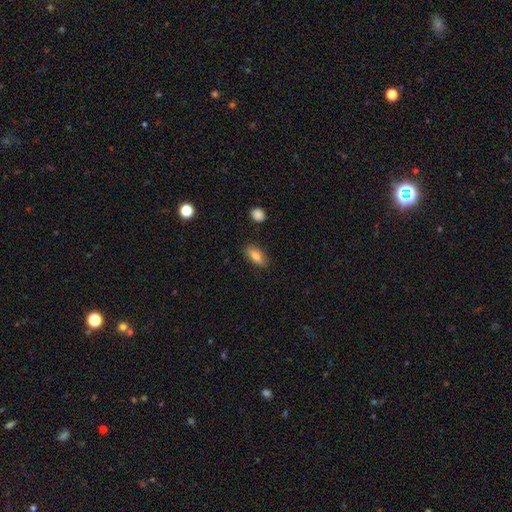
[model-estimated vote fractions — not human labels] Q: Smooth or featured?
A: smooth (81%); runner-up: featured or disk (12%)
Q: How rounded?
A: in between (84%); runner-up: cigar-shaped (13%)
Q: Merging?
A: none (83%); runner-up: minor disturbance (12%)